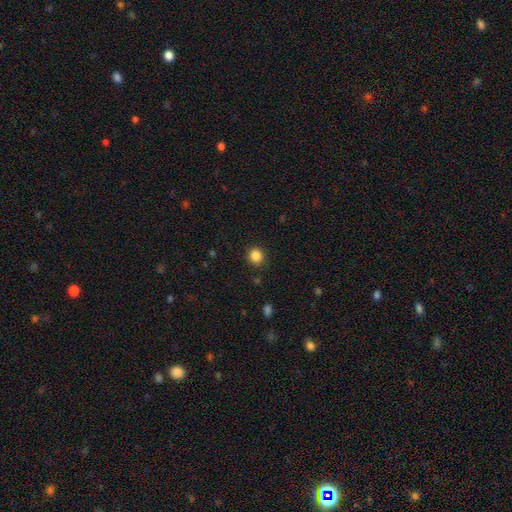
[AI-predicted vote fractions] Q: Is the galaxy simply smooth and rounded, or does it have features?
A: smooth — 86%.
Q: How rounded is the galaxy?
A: round — 87%.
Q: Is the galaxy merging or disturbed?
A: none — 89%.